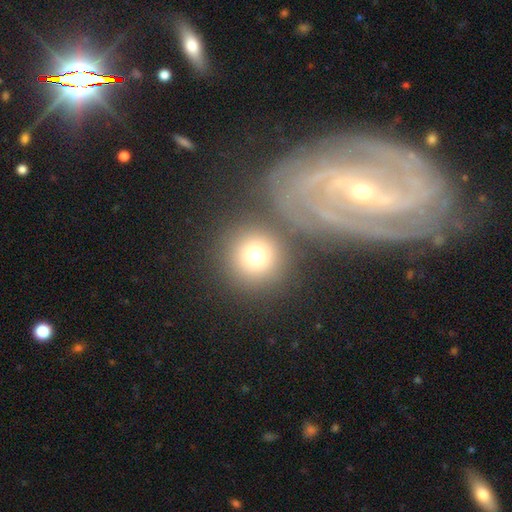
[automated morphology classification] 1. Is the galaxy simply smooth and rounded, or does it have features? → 74% smooth, 14% star or artifact, 11% featured or disk.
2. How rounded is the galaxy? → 93% round, 6% in between, 1% cigar-shaped.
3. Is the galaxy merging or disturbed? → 71% none, 15% merger, 8% minor disturbance, 5% major disturbance.